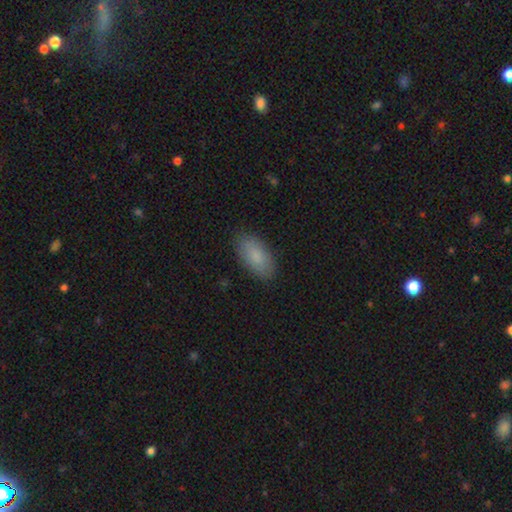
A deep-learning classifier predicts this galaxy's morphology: A smooth galaxy with no disk features (86%) that is in between round and cigar-shaped (92%).

Vote fractions:
- Smooth or featured? smooth: 86% / featured or disk: 8% / star or artifact: 6%
- How rounded? in between: 92% / cigar-shaped: 6% / round: 2%
- Merging? none: 86% / minor disturbance: 10% / major disturbance: 2% / merger: 1%